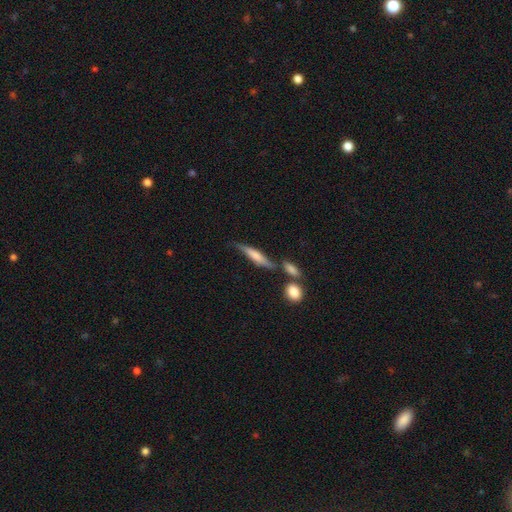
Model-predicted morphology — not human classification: Smooth or featured?
  - smooth: 54% *
  - featured or disk: 39%
  - star or artifact: 7%
How rounded?
  - cigar-shaped: 82% *
  - in between: 16%
  - round: 3%
Merging?
  - none: 62% *
  - minor disturbance: 18%
  - merger: 14%
  - major disturbance: 6%